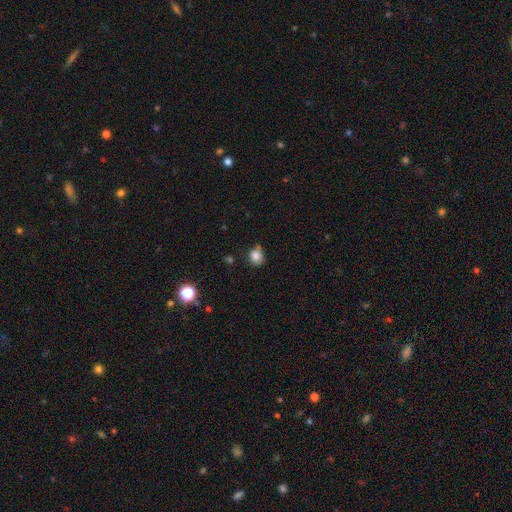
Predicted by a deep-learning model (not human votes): Smooth or featured?
  - smooth: 82% *
  - star or artifact: 12%
  - featured or disk: 6%
How rounded?
  - round: 83% *
  - in between: 16%
  - cigar-shaped: 1%
Merging?
  - none: 68% *
  - minor disturbance: 21%
  - merger: 7%
  - major disturbance: 4%